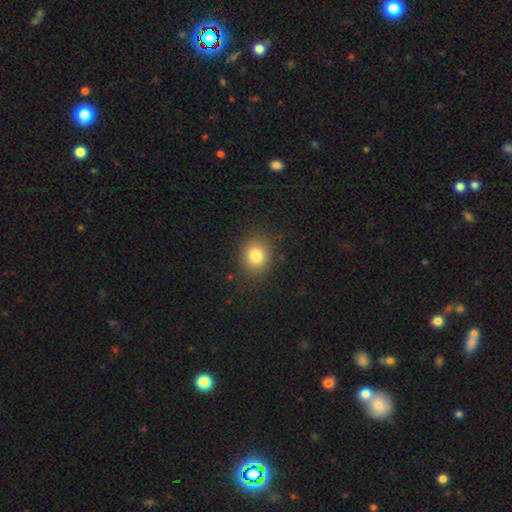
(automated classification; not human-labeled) Morphology: type=smooth (81%); roundness=round (70%); merging=none (85%).